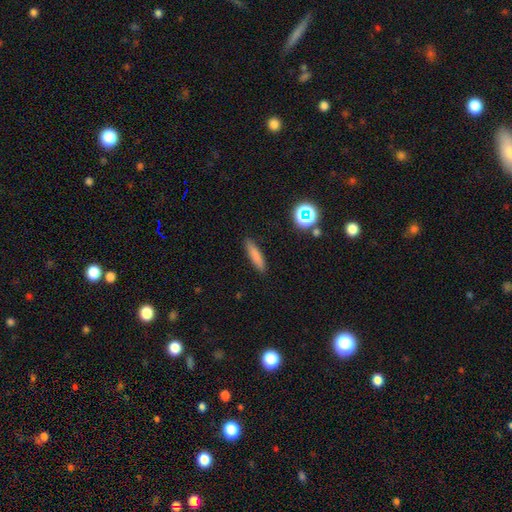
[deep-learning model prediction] smooth-or-featured: smooth: 79% | featured or disk: 11% | star or artifact: 10%
  how-rounded: cigar-shaped: 82% | in between: 17% | round: 2%
  merging: none: 88% | minor disturbance: 9% | major disturbance: 2% | merger: 1%